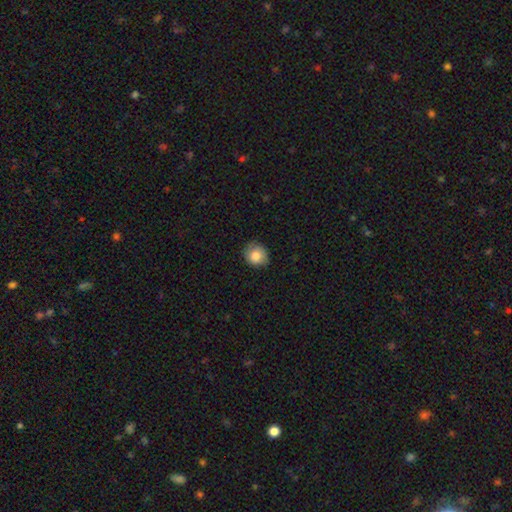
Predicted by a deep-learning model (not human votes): Morphology: type=smooth (83%); roundness=round (79%); merging=none (78%).